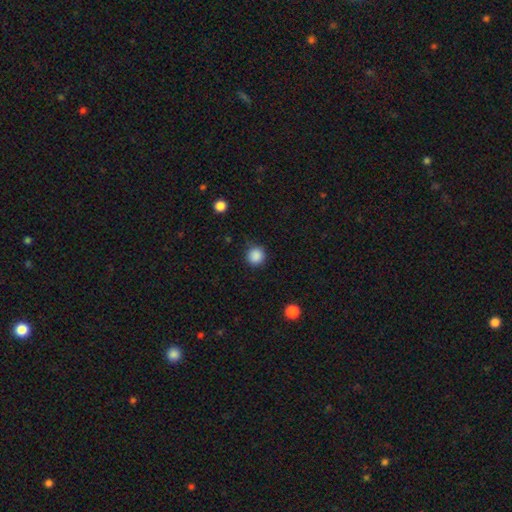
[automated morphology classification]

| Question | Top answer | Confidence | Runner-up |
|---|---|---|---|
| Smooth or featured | smooth | 88% | star or artifact (10%) |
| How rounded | round | 92% | in between (7%) |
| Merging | none | 86% | minor disturbance (10%) |